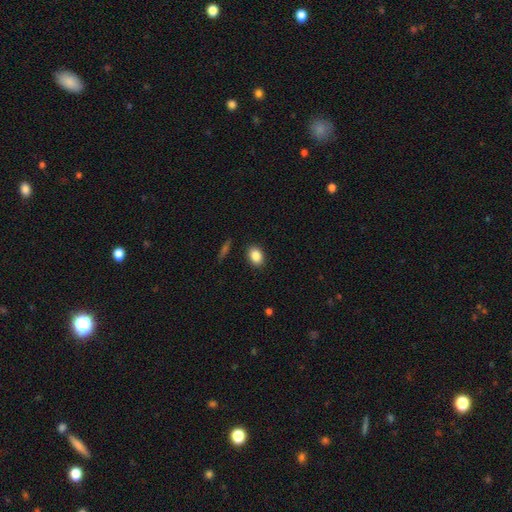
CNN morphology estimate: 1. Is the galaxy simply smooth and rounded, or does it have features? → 86% smooth, 8% star or artifact, 5% featured or disk.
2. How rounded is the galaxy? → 74% in between, 25% round, 1% cigar-shaped.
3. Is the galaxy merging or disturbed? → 88% none, 8% minor disturbance, 2% major disturbance, 1% merger.